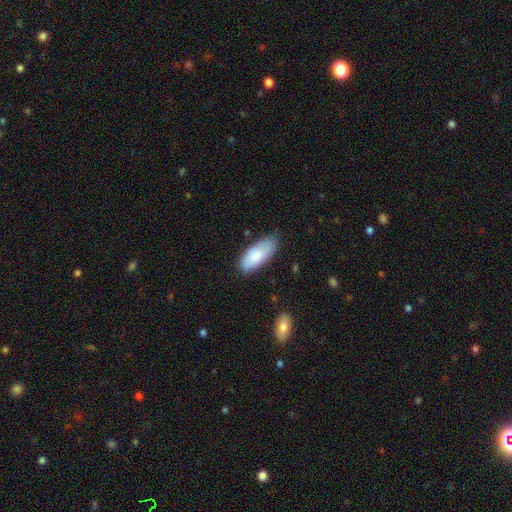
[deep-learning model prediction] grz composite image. It shows a smooth galaxy with no disk features (78%) that is in between round and cigar-shaped (88%). Merging: none (67%).